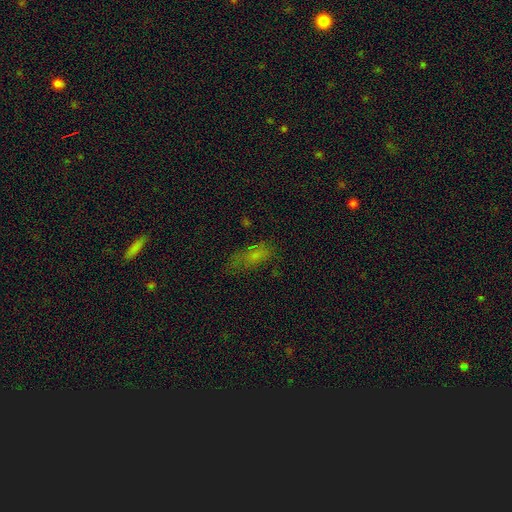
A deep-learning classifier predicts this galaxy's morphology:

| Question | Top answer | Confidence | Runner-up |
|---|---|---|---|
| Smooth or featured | smooth | 62% | star or artifact (20%) |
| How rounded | in between | 74% | cigar-shaped (21%) |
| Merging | none | 58% | minor disturbance (26%) |